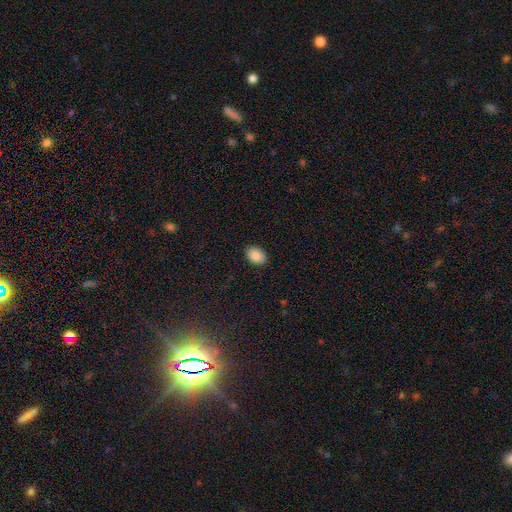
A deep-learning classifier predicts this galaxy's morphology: A smooth galaxy with no disk features (89%) that is in between round and cigar-shaped (80%).

Vote fractions:
- Smooth or featured? smooth: 89% / star or artifact: 8% / featured or disk: 4%
- How rounded? in between: 80% / round: 19% / cigar-shaped: 1%
- Merging? none: 89% / minor disturbance: 8% / major disturbance: 2% / merger: 1%